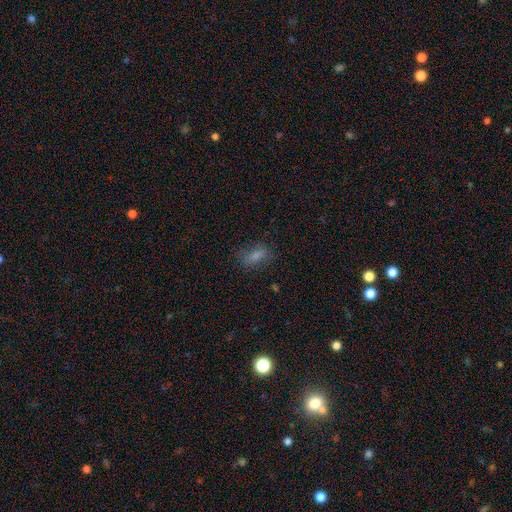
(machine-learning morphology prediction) Q: Smooth or featured?
A: smooth (74%); runner-up: featured or disk (14%)
Q: How rounded?
A: in between (74%); runner-up: cigar-shaped (17%)
Q: Merging?
A: none (74%); runner-up: minor disturbance (17%)